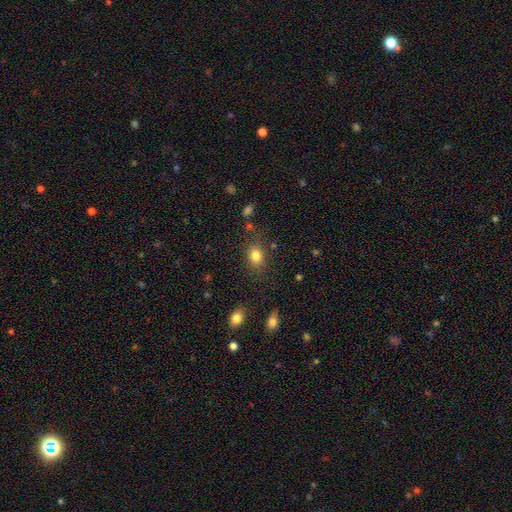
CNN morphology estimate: Smooth or featured: smooth — 81% (star or artifact — 11%)
How rounded: in between — 62% (round — 37%)
Merging: none — 77% (minor disturbance — 14%)